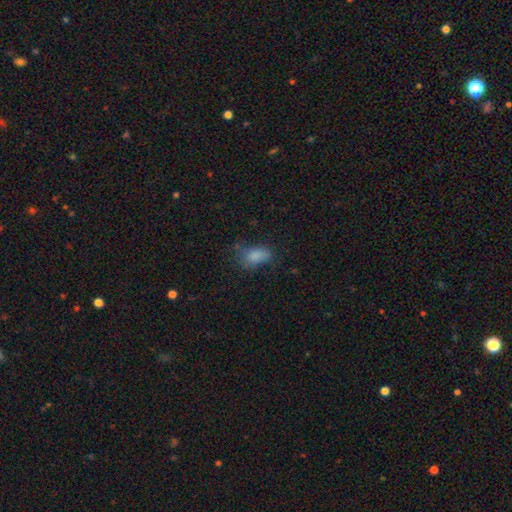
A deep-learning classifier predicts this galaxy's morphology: A smooth galaxy with no disk features (80%) that is in between round and cigar-shaped (88%).

Vote fractions:
- Smooth or featured? smooth: 80% / star or artifact: 12% / featured or disk: 9%
- How rounded? in between: 88% / round: 9% / cigar-shaped: 3%
- Merging? none: 51% / minor disturbance: 30% / major disturbance: 16% / merger: 3%